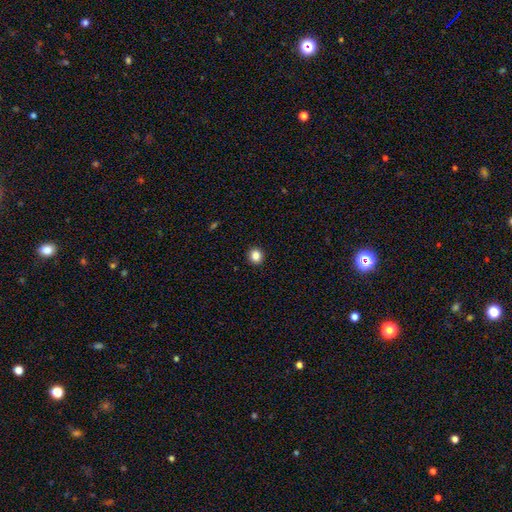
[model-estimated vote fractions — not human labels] Smooth or featured? Predicted: smooth (p=0.85). How rounded? Predicted: round (p=0.87). Merging? Predicted: none (p=0.93).